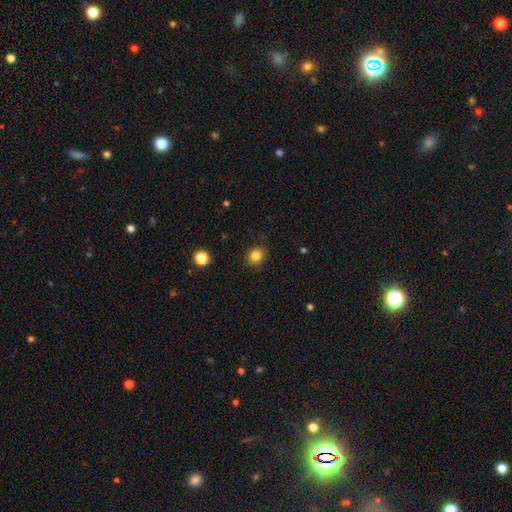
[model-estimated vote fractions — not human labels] A smooth galaxy with no disk features (83%) that is round (74%).

Vote fractions:
- Smooth or featured? smooth: 83% / star or artifact: 12% / featured or disk: 5%
- How rounded? round: 74% / in between: 25% / cigar-shaped: 1%
- Merging? none: 89% / minor disturbance: 8% / major disturbance: 2% / merger: 1%